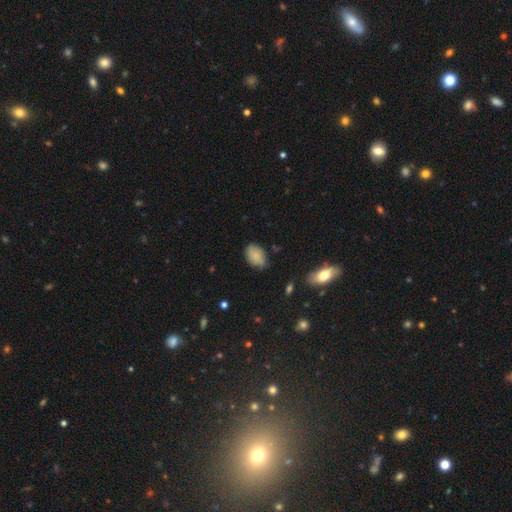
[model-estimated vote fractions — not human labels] Q: Smooth or featured?
A: smooth (83%); runner-up: featured or disk (9%)
Q: How rounded?
A: in between (88%); runner-up: round (10%)
Q: Merging?
A: none (67%); runner-up: minor disturbance (27%)